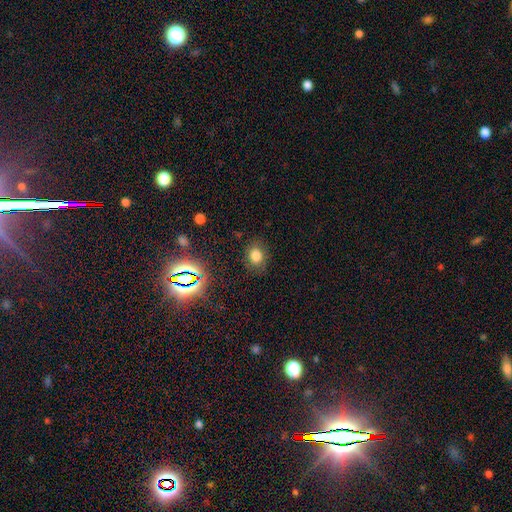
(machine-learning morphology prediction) Smooth or featured? smooth (75%)
How rounded? round (55%)
Merging? none (81%)